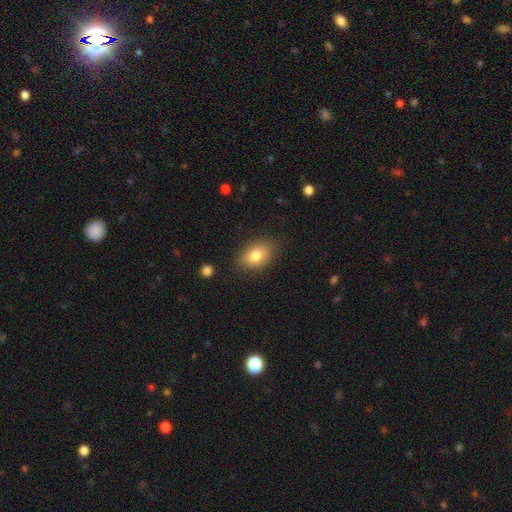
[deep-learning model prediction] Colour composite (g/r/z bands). It shows a smooth galaxy with no disk features (80%) that is in between round and cigar-shaped (79%). Merging: none (79%).